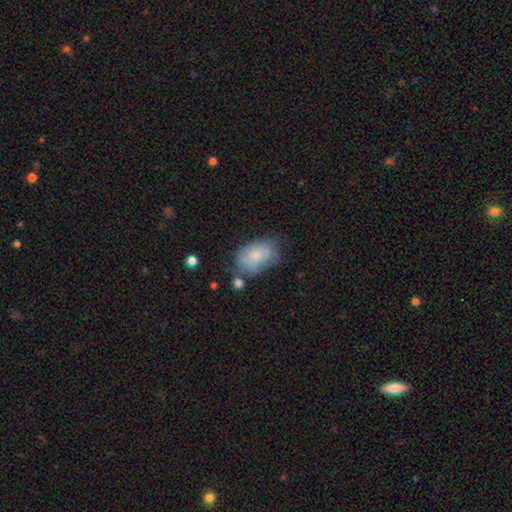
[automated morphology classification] Smooth or featured? smooth (70%)
How rounded? in between (87%)
Merging? none (47%)